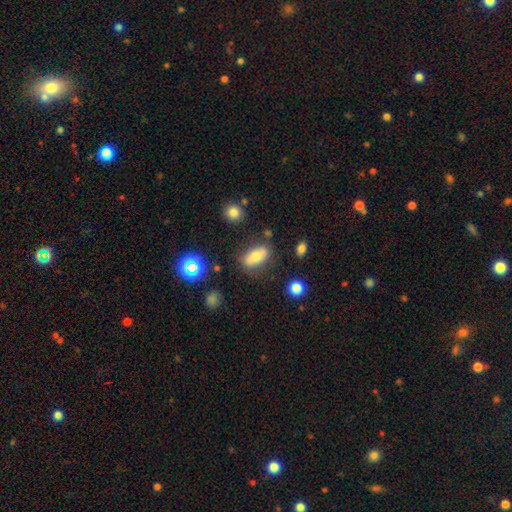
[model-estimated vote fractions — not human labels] Smooth or featured? smooth (67%)
How rounded? in between (85%)
Merging? none (70%)